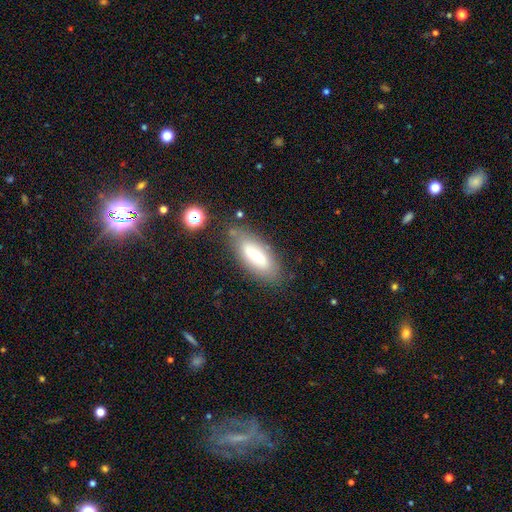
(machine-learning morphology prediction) Smooth or featured? Predicted: smooth (p=0.51). How rounded? Predicted: in between (p=0.73). Merging? Predicted: none (p=0.72).